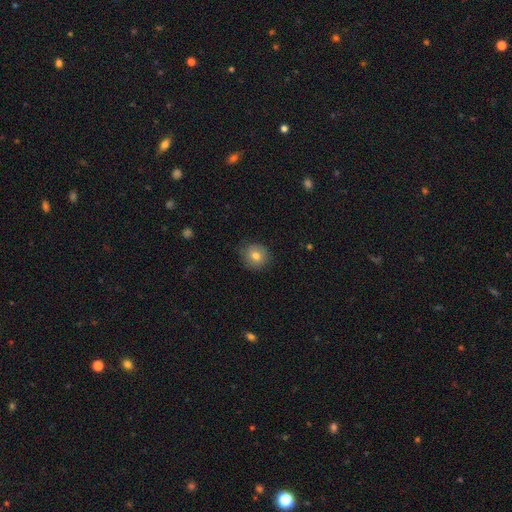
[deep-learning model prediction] Morphology: type=smooth (78%); roundness=round (85%); merging=none (82%).